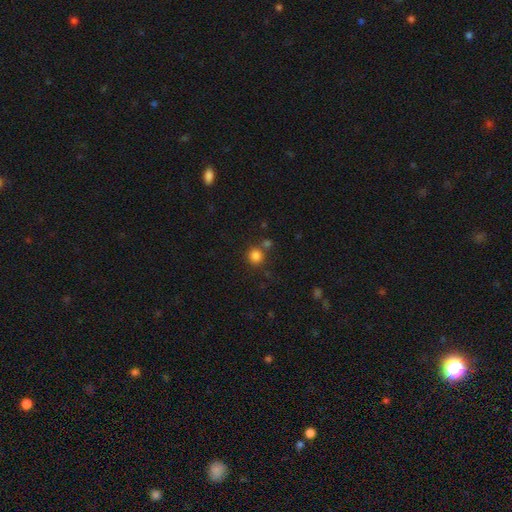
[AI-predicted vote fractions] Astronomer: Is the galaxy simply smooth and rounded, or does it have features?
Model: smooth — 83%.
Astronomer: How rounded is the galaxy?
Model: round — 91%.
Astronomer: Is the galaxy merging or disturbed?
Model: none — 72%.